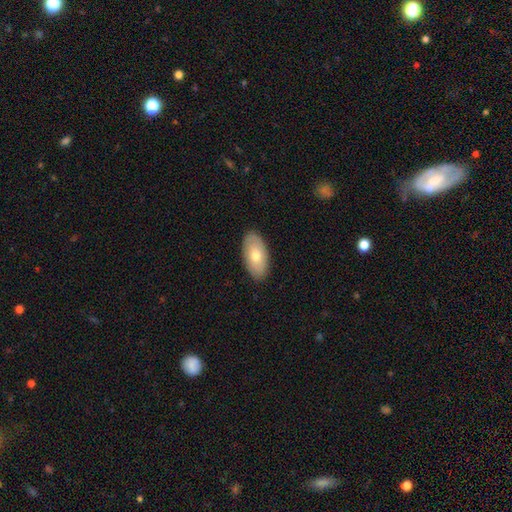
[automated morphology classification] The model was most divided on "smooth or featured": smooth: 70%, featured or disk: 24%, star or artifact: 6%. More confident: how rounded — in between (94%); merging — none (88%).